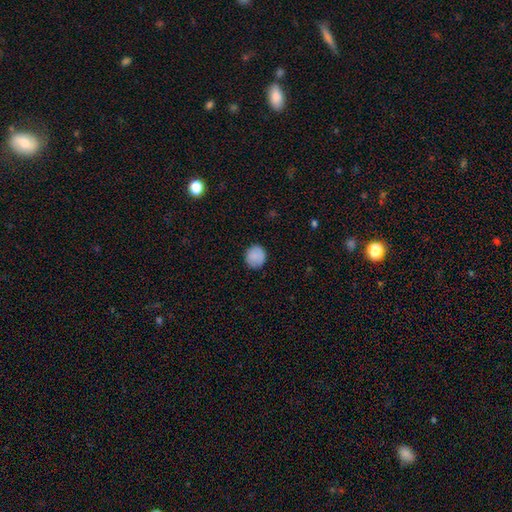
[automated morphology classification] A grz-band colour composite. It shows a smooth galaxy with no disk features (88%) that is round (84%). Merging: none (87%).